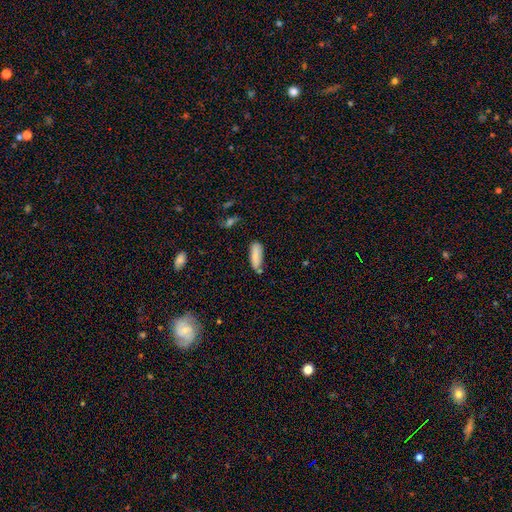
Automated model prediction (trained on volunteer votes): This is clearly a smooth galaxy (84%). How rounded: possibly in between (58%). Merging: likely none (67%).